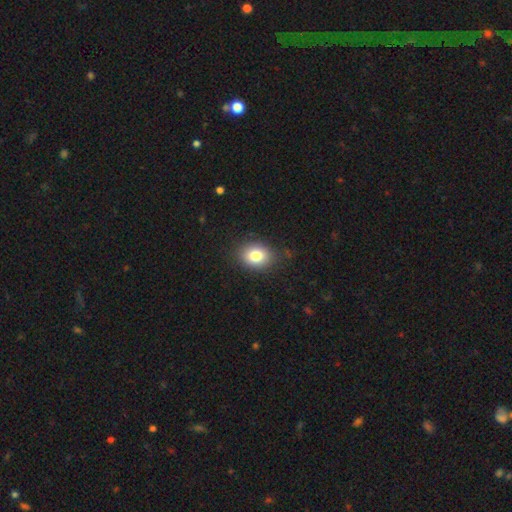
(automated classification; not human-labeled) The model was most divided on "how rounded": in between: 53%, round: 46%, cigar-shaped: 1%. More confident: merging — none (85%); smooth or featured — smooth (82%).